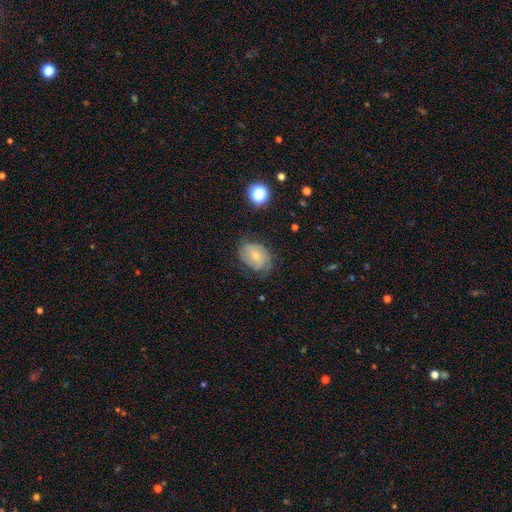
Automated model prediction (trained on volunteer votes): smooth_or_featured: featured or disk (p=0.49) [alt: smooth p=0.42]
merging: none (p=0.59) [alt: minor disturbance p=0.27]